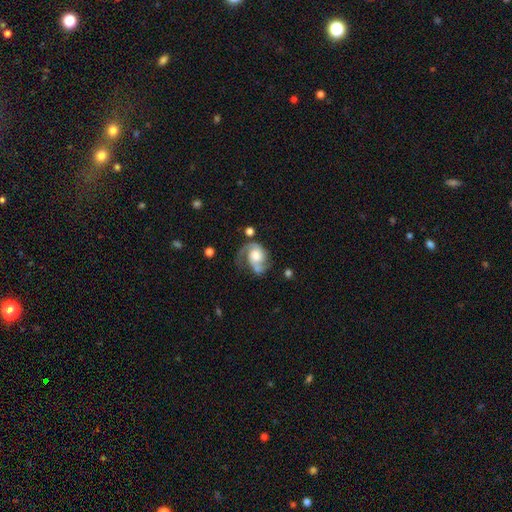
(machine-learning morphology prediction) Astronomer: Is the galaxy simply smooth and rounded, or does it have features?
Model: featured or disk — 77%.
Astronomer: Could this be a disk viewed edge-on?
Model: no — 98%.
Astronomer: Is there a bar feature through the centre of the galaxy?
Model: no — 68%.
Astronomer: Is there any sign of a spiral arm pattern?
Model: yes — 93%.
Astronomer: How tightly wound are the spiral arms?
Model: medium — 47% (runner-up: tight, 27%).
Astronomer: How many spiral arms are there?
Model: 2 — 70%.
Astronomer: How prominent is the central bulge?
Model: moderate — 44% (runner-up: large, 31%).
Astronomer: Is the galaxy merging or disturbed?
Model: none — 43% (runner-up: major disturbance, 24%).